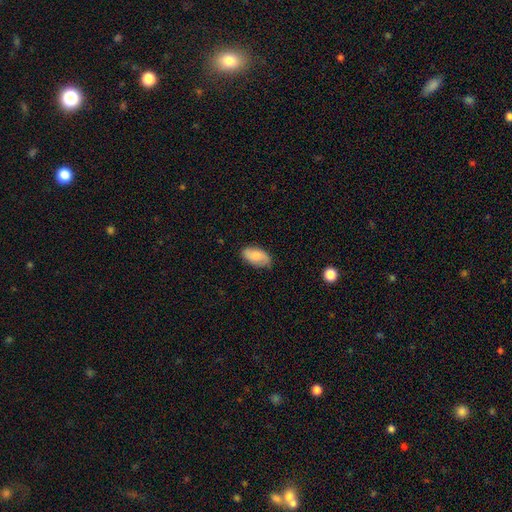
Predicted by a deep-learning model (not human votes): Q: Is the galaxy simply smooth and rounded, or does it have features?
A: smooth — 77%.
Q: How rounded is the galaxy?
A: in between — 94%.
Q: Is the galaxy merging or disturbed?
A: none — 79%.